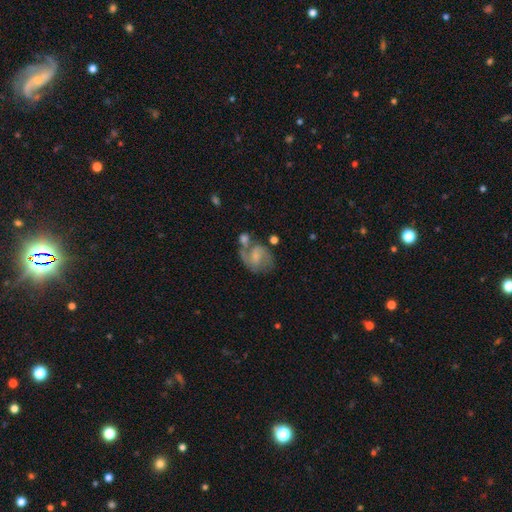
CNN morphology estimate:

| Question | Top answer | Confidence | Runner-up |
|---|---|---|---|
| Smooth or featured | featured or disk | 70% | smooth (22%) |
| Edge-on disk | no | 98% | yes (2%) |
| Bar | weak | 44% | tied: no (44%) |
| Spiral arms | yes | 90% | no (10%) |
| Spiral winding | medium | 51% | loose (28%) |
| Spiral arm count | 2 | 78% | 1 (11%) |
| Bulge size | small | 37% | none (35%) |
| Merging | none | 39% | merger (25%) |